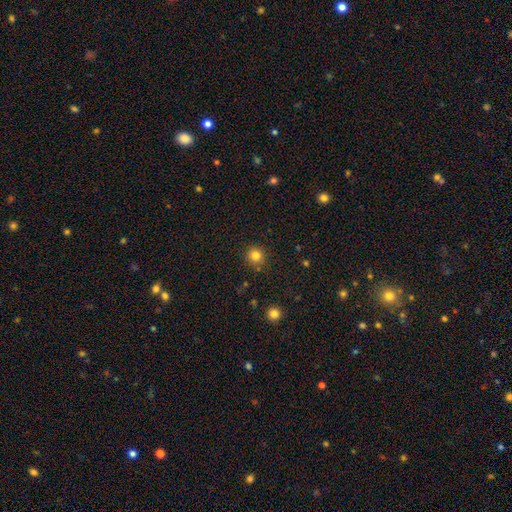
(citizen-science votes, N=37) Smooth or featured? 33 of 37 (89%) said smooth. How rounded? 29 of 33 (88%) said round. Merging? 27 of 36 (75%) said none.